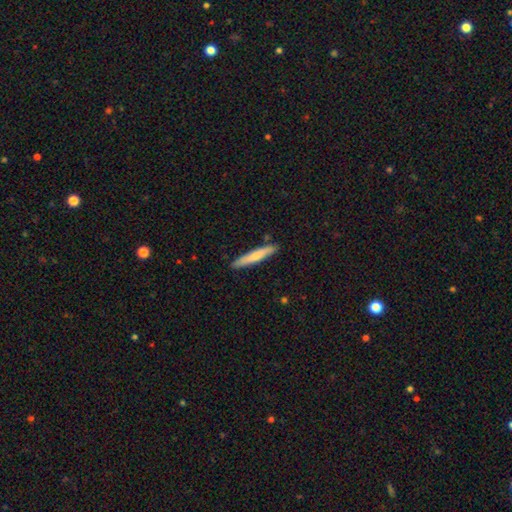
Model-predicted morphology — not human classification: Smooth or featured: smooth — 69% (featured or disk — 26%)
How rounded: cigar-shaped — 93% (in between — 5%)
Merging: none — 88% (minor disturbance — 9%)